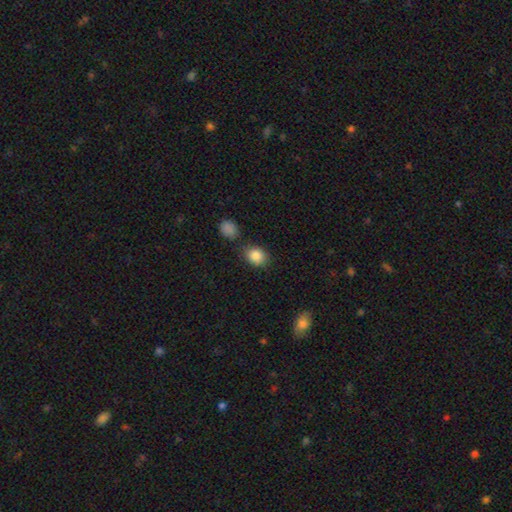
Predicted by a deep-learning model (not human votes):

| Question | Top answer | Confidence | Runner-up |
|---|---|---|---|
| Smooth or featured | smooth | 86% | star or artifact (9%) |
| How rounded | in between | 51% | round (48%) |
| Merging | none | 73% | minor disturbance (14%) |